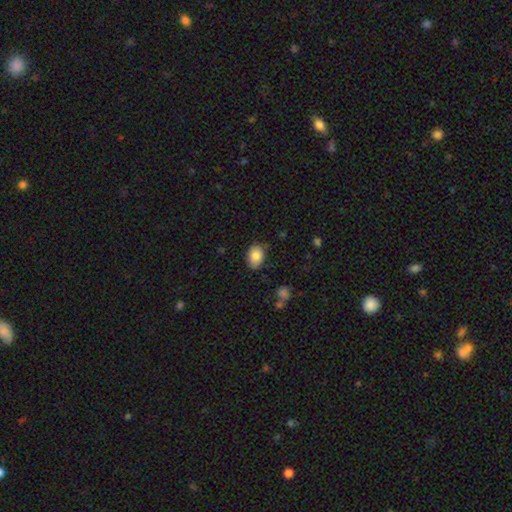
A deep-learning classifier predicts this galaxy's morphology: smooth 84%, featured or disk 8%, star or artifact 8%. Down the decision tree: how rounded — in between (77%); merging — none (78%).